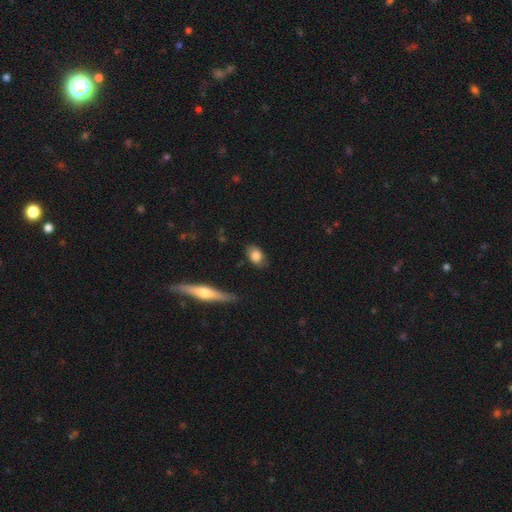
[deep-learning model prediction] A smooth galaxy with no disk features (80%) that is in between round and cigar-shaped (77%).

Vote fractions:
- Smooth or featured? smooth: 80% / featured or disk: 13% / star or artifact: 7%
- How rounded? in between: 77% / round: 19% / cigar-shaped: 4%
- Merging? none: 75% / minor disturbance: 19% / major disturbance: 4% / merger: 2%